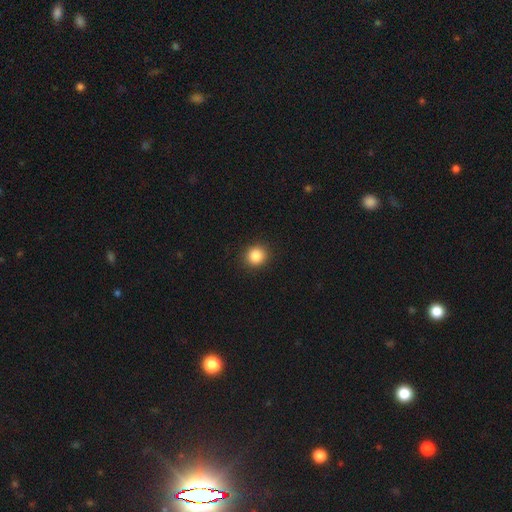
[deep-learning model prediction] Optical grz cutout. It shows a smooth galaxy with no disk features (86%) that is round (87%). Merging: none (91%).